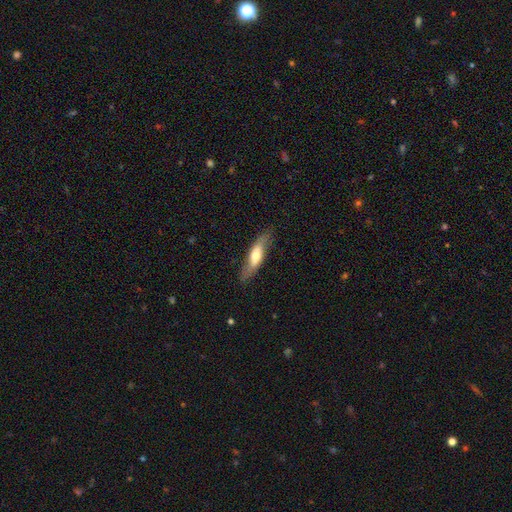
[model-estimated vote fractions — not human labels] A smooth galaxy with no disk features (51%) that is cigar-shaped (62%). Merging: none (78%).